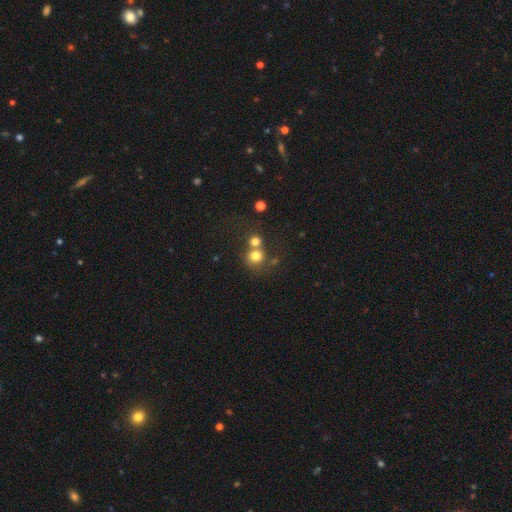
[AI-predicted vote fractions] The model was most divided on "merging": merger: 46%, none: 42%, minor disturbance: 7%, major disturbance: 4%. More confident: how rounded — round (83%); smooth or featured — smooth (76%).